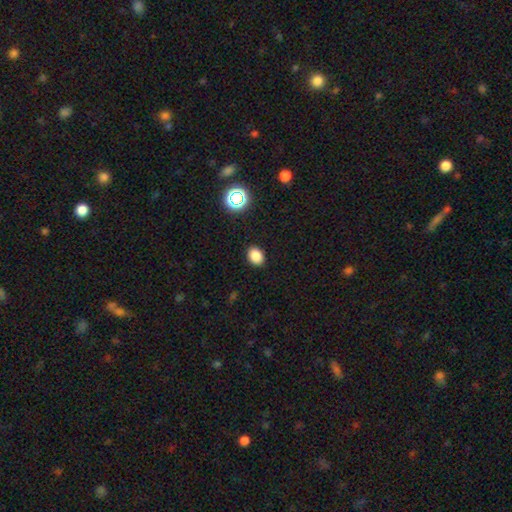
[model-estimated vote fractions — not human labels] This appears to be a smooth galaxy with no disk features (83%) that is in between round and cigar-shaped (64%). Merging: none (90%).